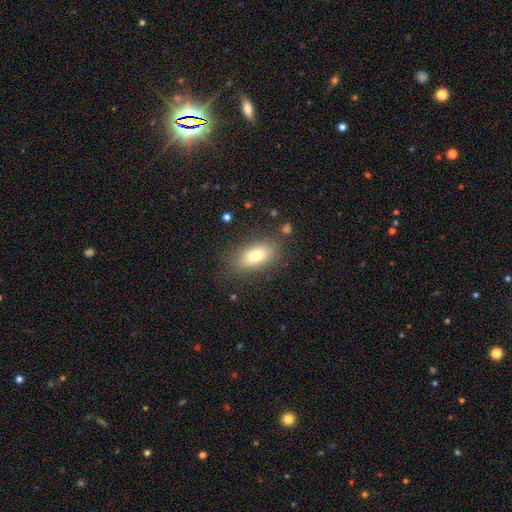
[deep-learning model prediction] Morphology: type=smooth (76%); roundness=in between (88%); merging=none (83%).